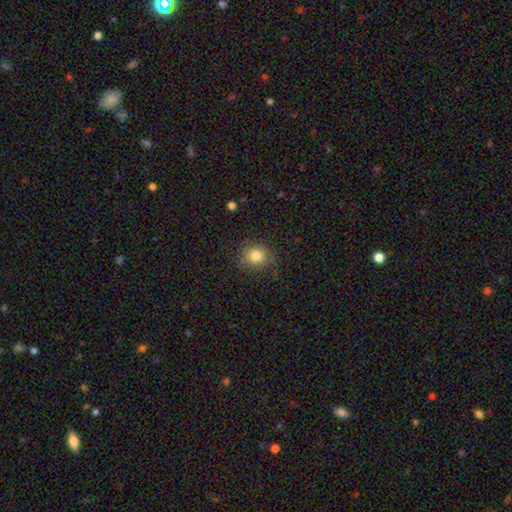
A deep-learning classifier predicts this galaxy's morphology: type=smooth (82%); roundness=round (82%); merging=none (83%).